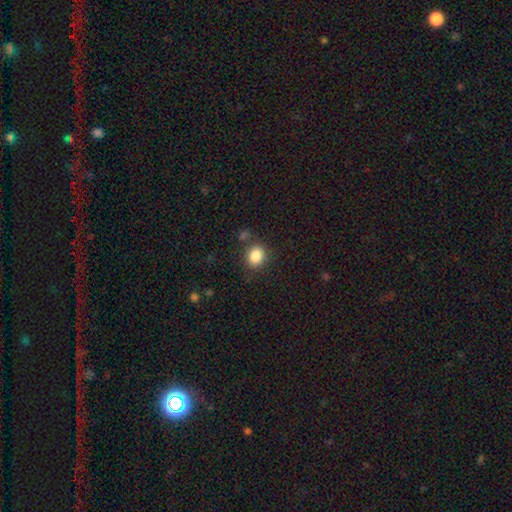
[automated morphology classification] Smooth or featured?
  - smooth: 85% *
  - star or artifact: 10%
  - featured or disk: 5%
How rounded?
  - round: 64% *
  - in between: 35%
  - cigar-shaped: 1%
Merging?
  - none: 79% *
  - minor disturbance: 12%
  - merger: 5%
  - major disturbance: 4%